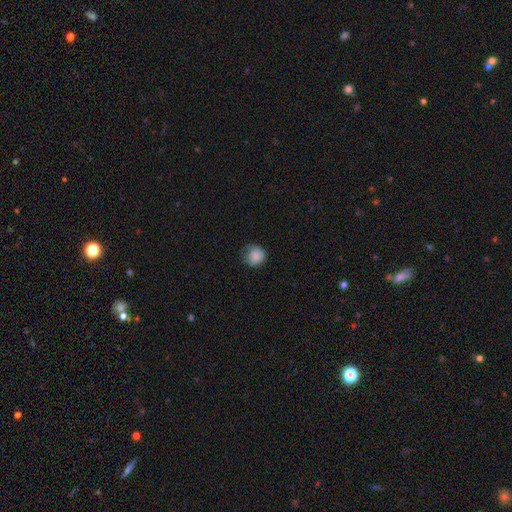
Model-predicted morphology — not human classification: Smooth or featured? smooth (85%)
How rounded? round (82%)
Merging? none (58%)